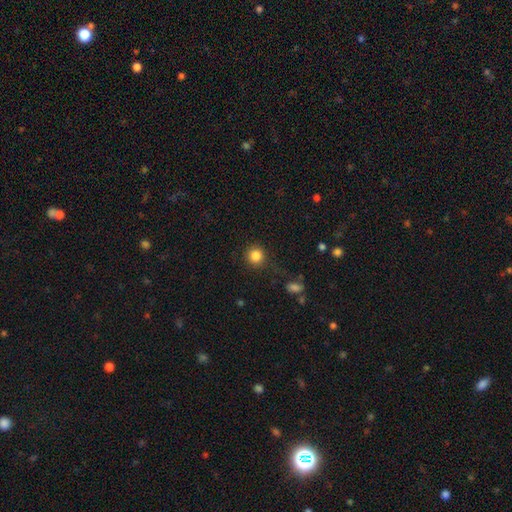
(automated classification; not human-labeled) A smooth galaxy with no disk features (84%) that is round (93%).

Vote fractions:
- Smooth or featured? smooth: 84% / star or artifact: 11% / featured or disk: 4%
- How rounded? round: 93% / in between: 6% / cigar-shaped: 1%
- Merging? none: 85% / minor disturbance: 9% / major disturbance: 4% / merger: 2%